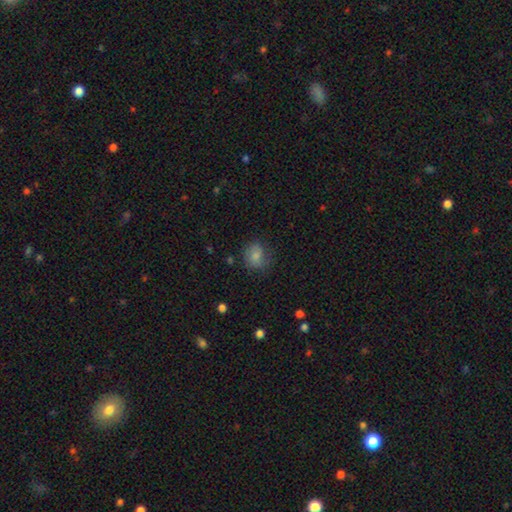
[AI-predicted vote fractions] This is likely a smooth galaxy (76%). How rounded: likely round (64%). Merging: likely none (60%).